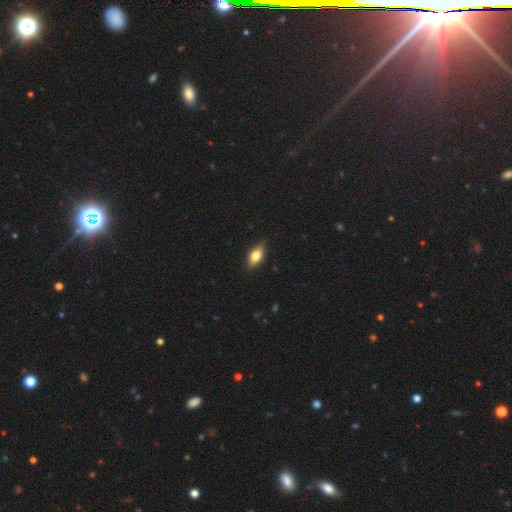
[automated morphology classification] smooth 69%, featured or disk 24%, star or artifact 7%. Down the decision tree: how rounded — in between (80%); merging — none (86%).